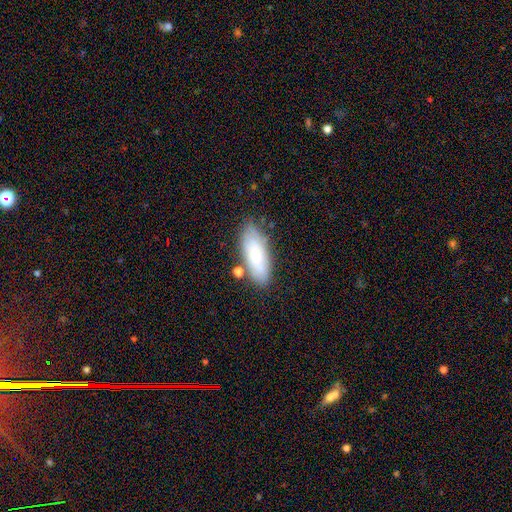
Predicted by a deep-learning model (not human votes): smooth 67%, featured or disk 26%, star or artifact 7%. Down the decision tree: how rounded — in between (72%); merging — none (72%).